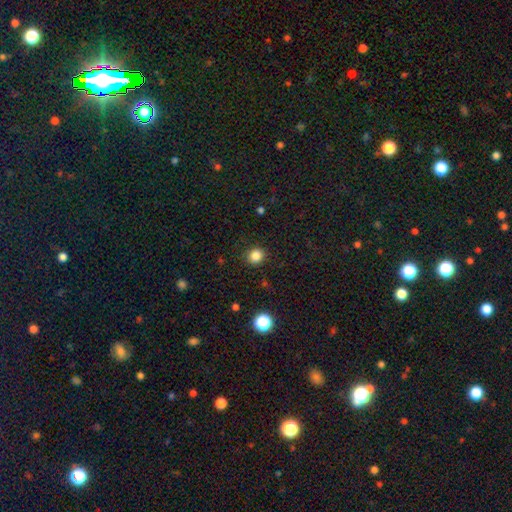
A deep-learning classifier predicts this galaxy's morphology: Smooth or featured? Predicted: smooth (p=0.85). How rounded? Predicted: round (p=0.81). Merging? Predicted: none (p=0.89).